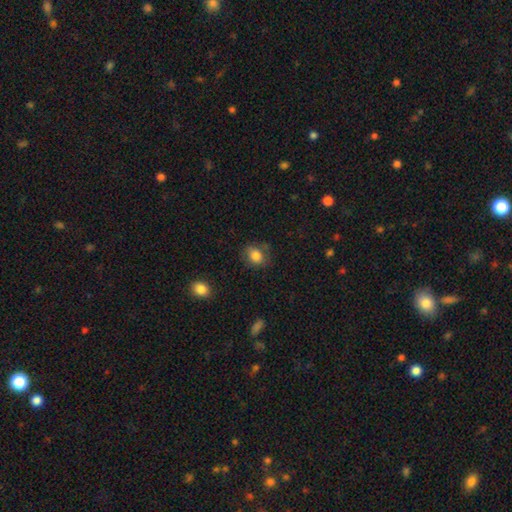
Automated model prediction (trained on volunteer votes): A smooth galaxy with no disk features (83%) that is in between round and cigar-shaped (52%).

Vote fractions:
- Smooth or featured? smooth: 83% / star or artifact: 9% / featured or disk: 8%
- How rounded? in between: 52% / round: 47% / cigar-shaped: 1%
- Merging? none: 73% / minor disturbance: 19% / major disturbance: 5% / merger: 3%